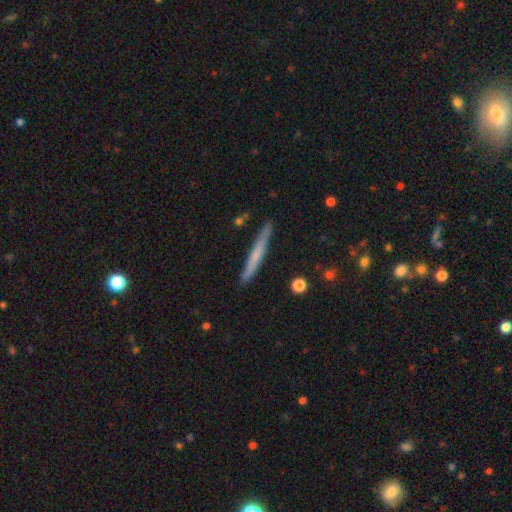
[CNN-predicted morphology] Overall: smooth (56%; featured or disk 38%). How rounded: cigar-shaped (97%). Merging: none (89%).